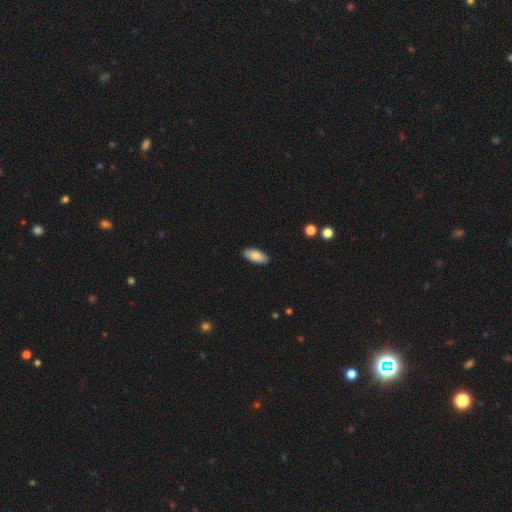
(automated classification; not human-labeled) Smooth or featured: smooth — 82% (featured or disk — 11%)
How rounded: in between — 90% (cigar-shaped — 8%)
Merging: none — 90% (minor disturbance — 8%)